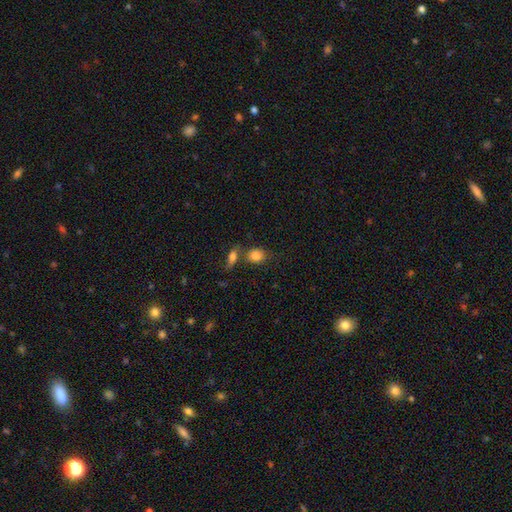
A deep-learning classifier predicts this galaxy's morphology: Smooth or featured?
  - smooth: 83% *
  - star or artifact: 9%
  - featured or disk: 8%
How rounded?
  - round: 53% *
  - in between: 44%
  - cigar-shaped: 2%
Merging?
  - none: 54% *
  - merger: 26%
  - minor disturbance: 14%
  - major disturbance: 5%